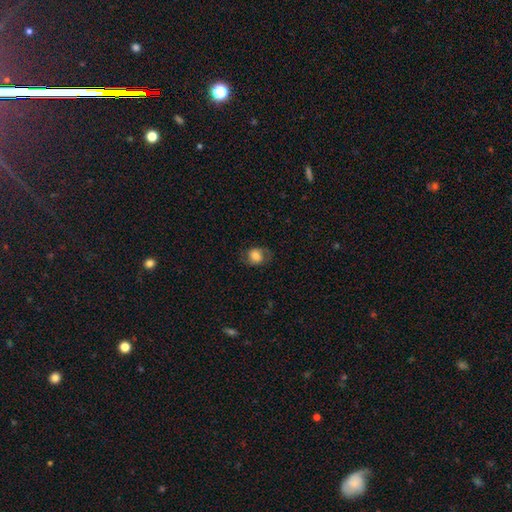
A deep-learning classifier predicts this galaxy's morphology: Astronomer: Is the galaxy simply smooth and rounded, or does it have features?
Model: smooth — 64%.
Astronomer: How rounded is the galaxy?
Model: round — 59% (runner-up: in between, 40%).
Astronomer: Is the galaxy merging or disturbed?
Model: none — 72%.